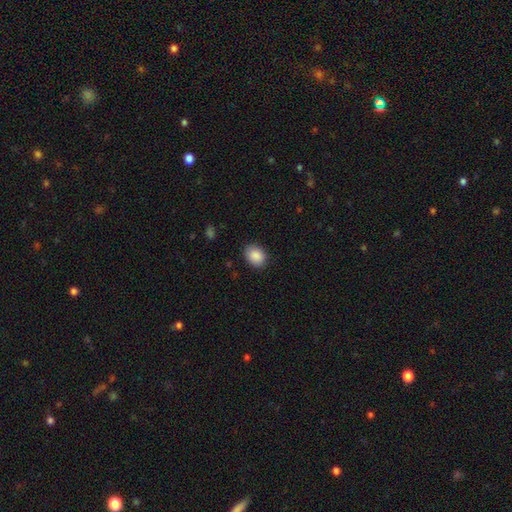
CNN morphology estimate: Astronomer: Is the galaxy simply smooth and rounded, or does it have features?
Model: smooth — 89%.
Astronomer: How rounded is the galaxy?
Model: in between — 60% (runner-up: round, 39%).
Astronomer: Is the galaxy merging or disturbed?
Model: none — 86%.